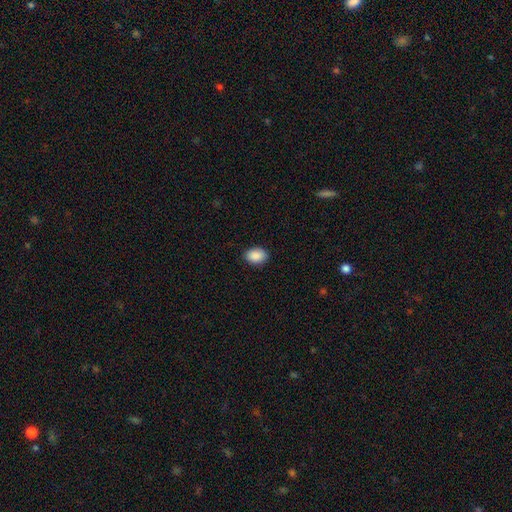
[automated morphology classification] This is clearly a smooth galaxy (90%). How rounded: clearly in between (81%). Merging: clearly none (87%).